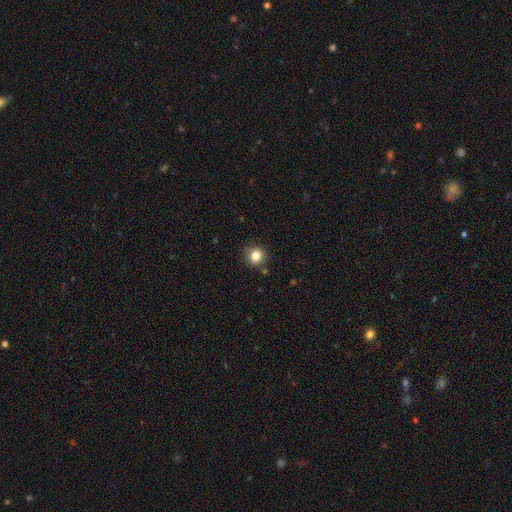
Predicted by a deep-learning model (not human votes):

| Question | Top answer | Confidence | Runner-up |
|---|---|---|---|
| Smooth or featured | smooth | 83% | star or artifact (12%) |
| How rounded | round | 85% | in between (14%) |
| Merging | none | 87% | minor disturbance (9%) |